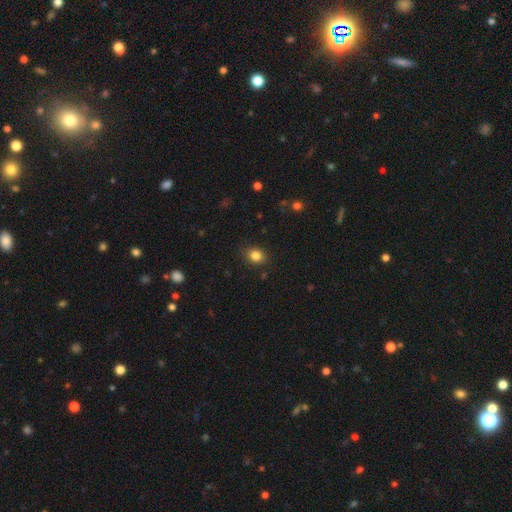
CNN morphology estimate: smooth_or_featured: smooth (p=0.84) [alt: star or artifact p=0.11]
how_rounded: round (p=0.60) [alt: in between p=0.39]
merging: none (p=0.86) [alt: minor disturbance p=0.10]